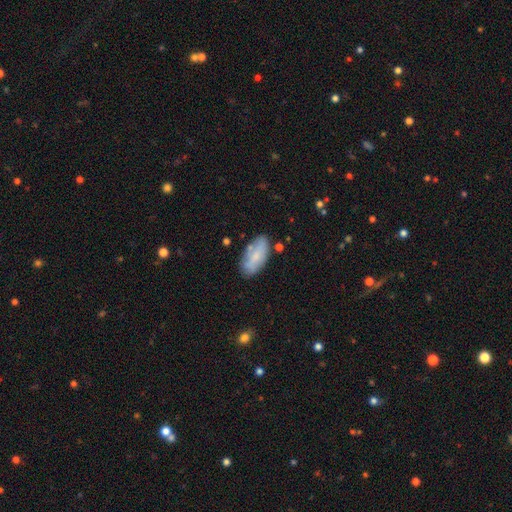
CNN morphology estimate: smooth 69%, featured or disk 24%, star or artifact 7%. Down the decision tree: how rounded — in between (90%); merging — none (68%).